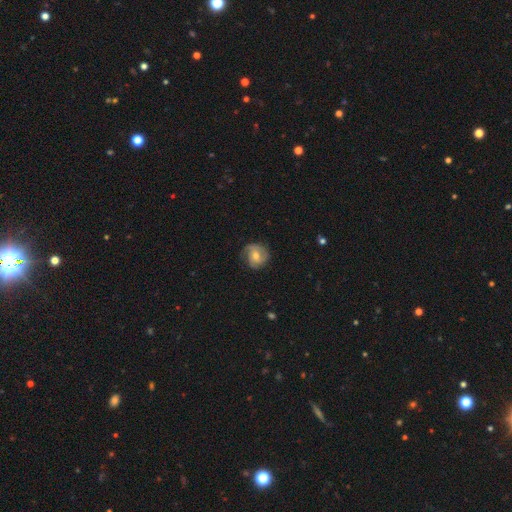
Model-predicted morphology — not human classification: Q: Smooth or featured?
A: featured or disk (59%); runner-up: smooth (33%)
Q: Edge-on disk?
A: no (97%); runner-up: yes (3%)
Q: Bar?
A: no (59%); runner-up: weak (33%)
Q: Spiral arms?
A: yes (88%); runner-up: no (12%)
Q: Spiral winding?
A: medium (41%); tied with: tight (41%)
Q: Spiral arm count?
A: 2 (42%); runner-up: 3 (23%)
Q: Bulge size?
A: moderate (61%); runner-up: small (34%)
Q: Merging?
A: none (72%); runner-up: minor disturbance (20%)